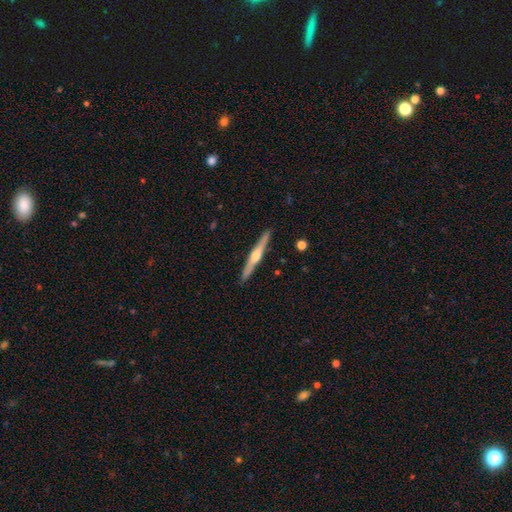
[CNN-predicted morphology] Smooth or featured?
  - featured or disk: 72% *
  - smooth: 23%
  - star or artifact: 5%
Edge-on disk?
  - yes: 98% *
  - no: 2%
Edge-on bulge?
  - rounded: 88% *
  - none: 6%
  - boxy: 6%
Merging?
  - none: 92% *
  - minor disturbance: 6%
  - major disturbance: 1%
  - merger: 1%